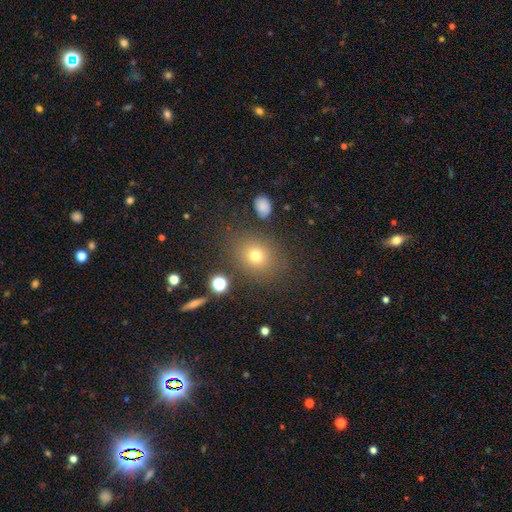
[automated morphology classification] smooth-or-featured: smooth: 72% | star or artifact: 17% | featured or disk: 11%
  how-rounded: round: 56% | in between: 43% | cigar-shaped: 1%
  merging: none: 80% | minor disturbance: 11% | major disturbance: 5% | merger: 3%